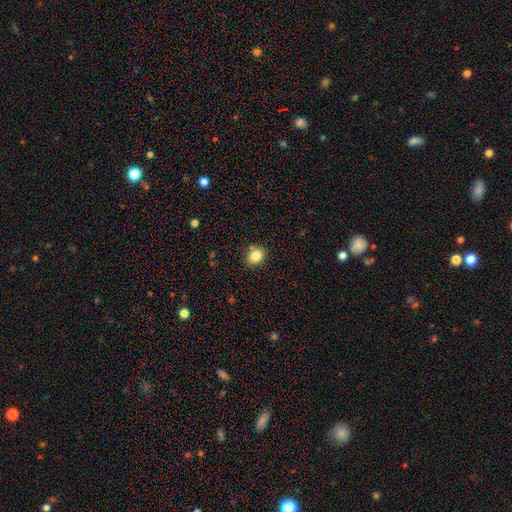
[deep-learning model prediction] Smooth or featured? Predicted: smooth (p=0.82). How rounded? Predicted: in between (p=0.53). Merging? Predicted: none (p=0.81).